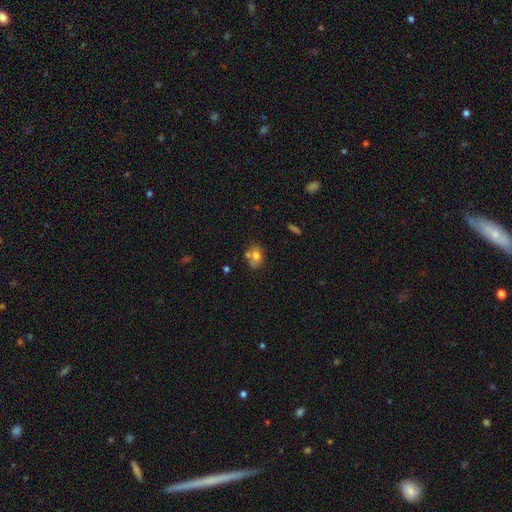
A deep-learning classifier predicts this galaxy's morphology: Smooth or featured: smooth — 69% (featured or disk — 20%)
How rounded: in between — 56% (round — 43%)
Merging: none — 46% (merger — 32%)